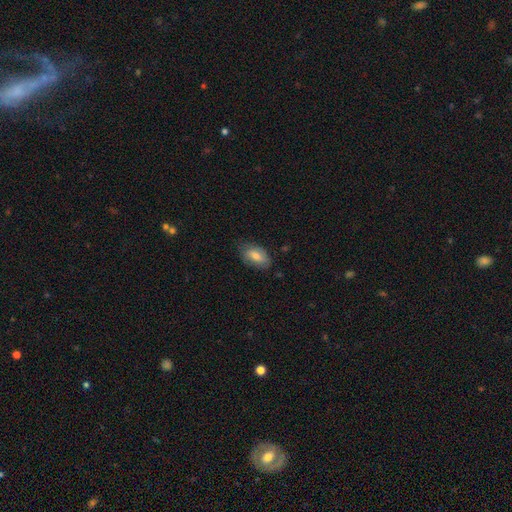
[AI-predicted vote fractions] Smooth or featured? smooth (70%)
How rounded? in between (91%)
Merging? none (72%)